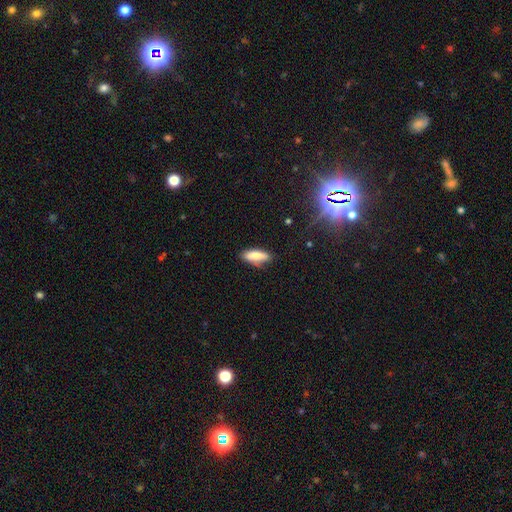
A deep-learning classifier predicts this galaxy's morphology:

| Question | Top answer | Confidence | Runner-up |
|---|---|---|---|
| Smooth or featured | smooth | 78% | featured or disk (15%) |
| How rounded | in between | 65% | cigar-shaped (33%) |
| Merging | none | 73% | minor disturbance (21%) |